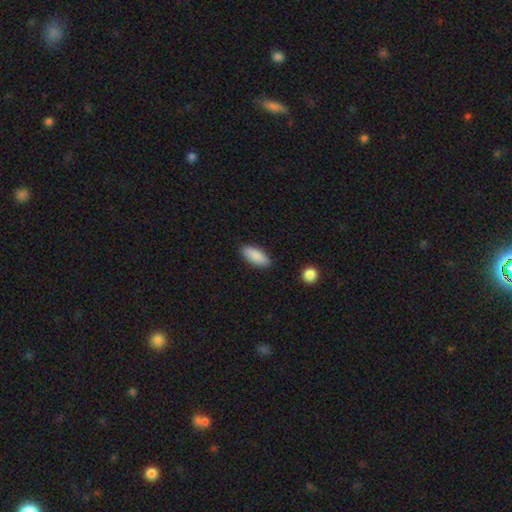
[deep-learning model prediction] The model was most divided on "how rounded": in between: 77%, cigar-shaped: 21%, round: 2%. More confident: smooth or featured — smooth (88%); merging — none (87%).